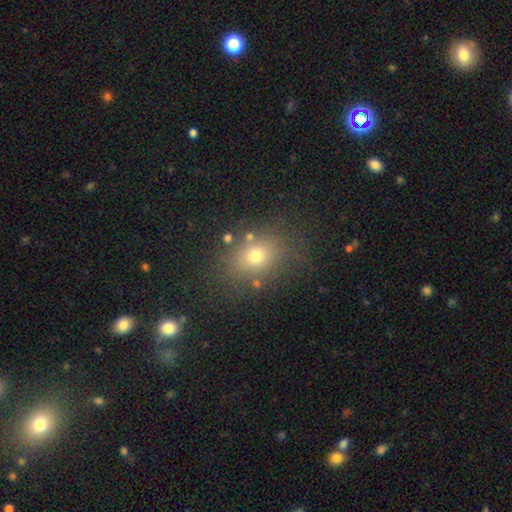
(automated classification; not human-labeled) This appears to be a smooth galaxy with no disk features (71%) that is in between round and cigar-shaped (53%). Merging: none (79%).